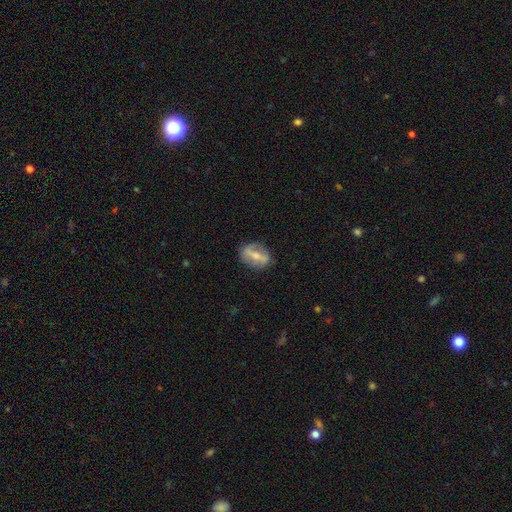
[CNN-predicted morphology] type=featured or disk (59%); edge-on=no (83%); merging=none (79%).